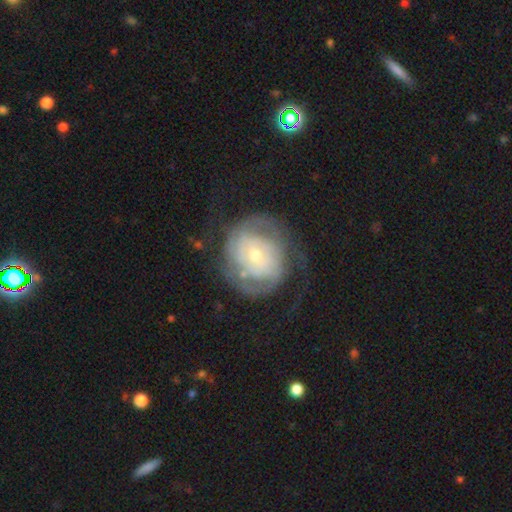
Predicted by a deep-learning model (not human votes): Smooth or featured?
  - featured or disk: 76% *
  - smooth: 17%
  - star or artifact: 6%
Edge-on disk?
  - no: 97% *
  - yes: 3%
Bar?
  - no: 68% *
  - weak: 25%
  - strong: 7%
Spiral arms?
  - yes: 85% *
  - no: 15%
Spiral winding?
  - tight: 56% *
  - medium: 30%
  - loose: 14%
Spiral arm count?
  - 2: 48% *
  - can't tell: 31%
  - 3: 9%
  - 1: 5%
  - 4: 4%
  - more than 4: 3%
Bulge size?
  - small: 51% *
  - moderate: 43%
  - large: 4%
  - dominant: 1%
  - none: 1%
Merging?
  - none: 60% *
  - minor disturbance: 19%
  - major disturbance: 18%
  - merger: 2%